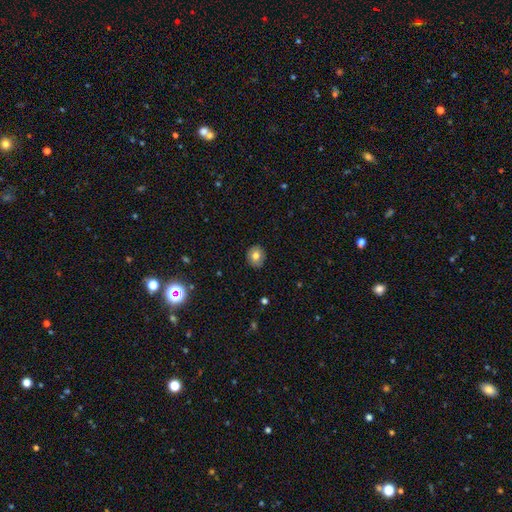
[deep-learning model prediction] This is likely a smooth galaxy (76%). How rounded: likely round (78%). Merging: clearly none (90%).